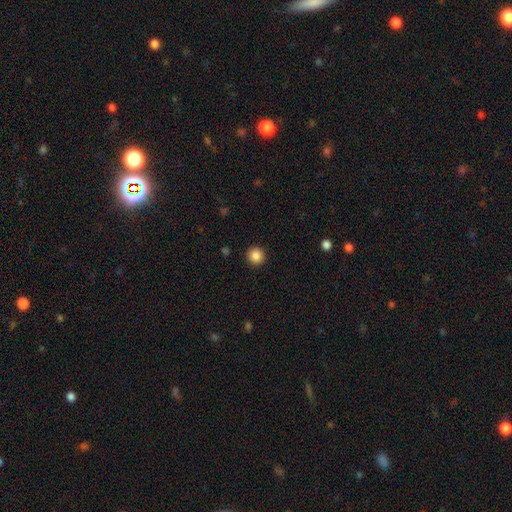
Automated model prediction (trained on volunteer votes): Smooth or featured? smooth (87%)
How rounded? round (95%)
Merging? none (92%)